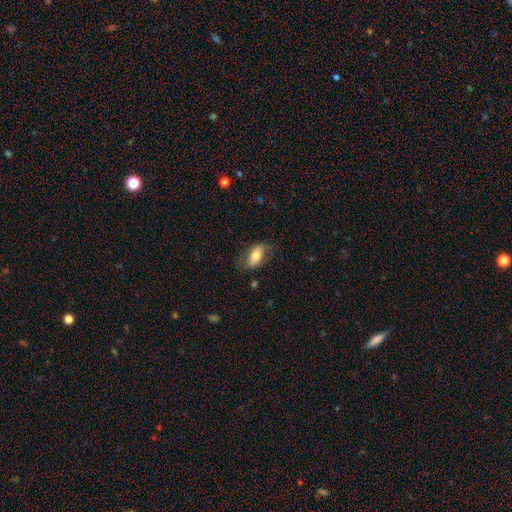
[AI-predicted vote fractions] Smooth or featured?
  - smooth: 70% *
  - featured or disk: 24%
  - star or artifact: 6%
How rounded?
  - in between: 86% *
  - cigar-shaped: 10%
  - round: 4%
Merging?
  - none: 70% *
  - minor disturbance: 21%
  - major disturbance: 8%
  - merger: 1%